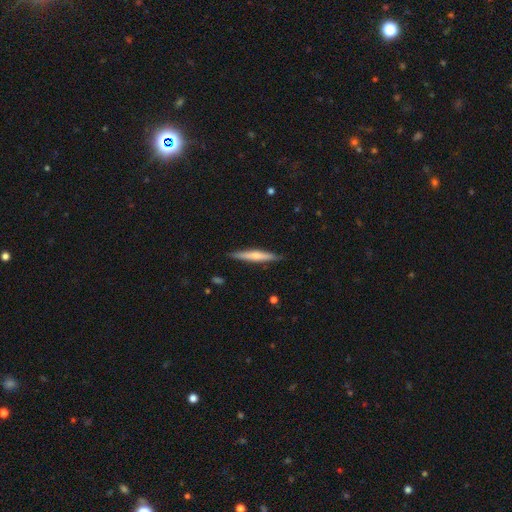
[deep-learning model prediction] A smooth galaxy with no disk features (50%).

Vote fractions:
- Smooth or featured? smooth: 50% / featured or disk: 45% / star or artifact: 5%
- Merging? none: 89% / minor disturbance: 9% / major disturbance: 2% / merger: 1%